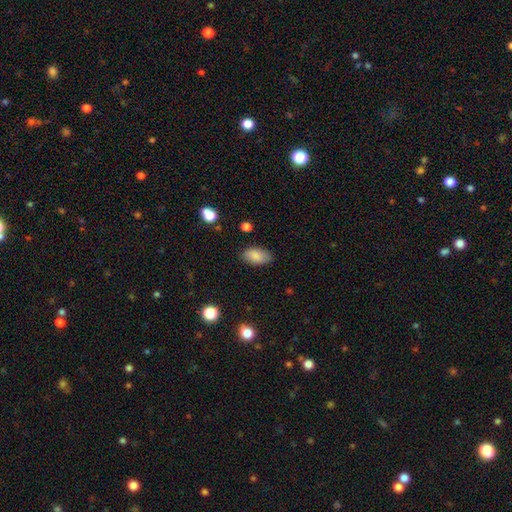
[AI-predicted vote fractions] Q: Smooth or featured?
A: smooth (86%); runner-up: star or artifact (8%)
Q: How rounded?
A: in between (93%); runner-up: round (5%)
Q: Merging?
A: none (83%); runner-up: minor disturbance (13%)